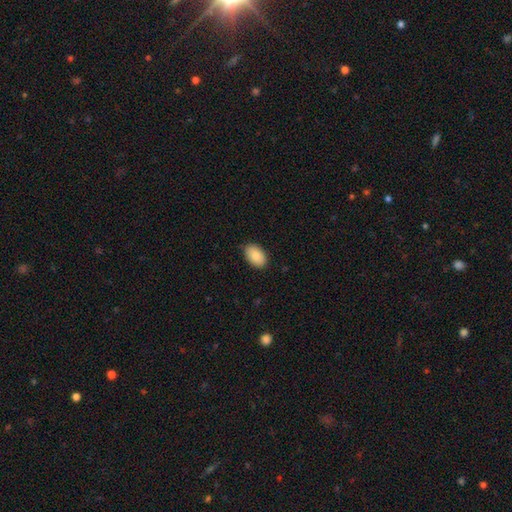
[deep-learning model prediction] A smooth galaxy with no disk features (87%) that is in between round and cigar-shaped (91%). Merging: none (87%).